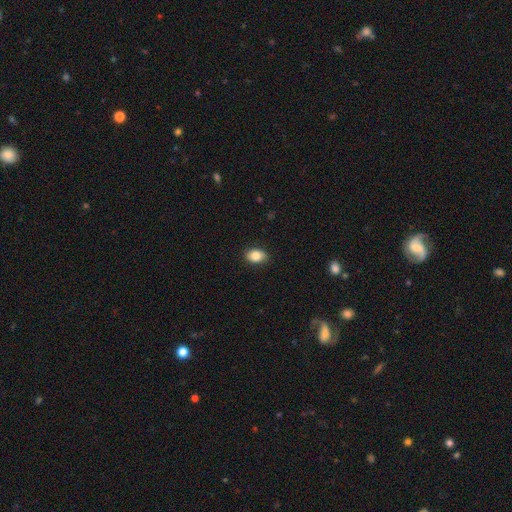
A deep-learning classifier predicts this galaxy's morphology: Q: Smooth or featured?
A: smooth (85%); runner-up: star or artifact (8%)
Q: How rounded?
A: in between (82%); runner-up: round (17%)
Q: Merging?
A: none (85%); runner-up: minor disturbance (11%)